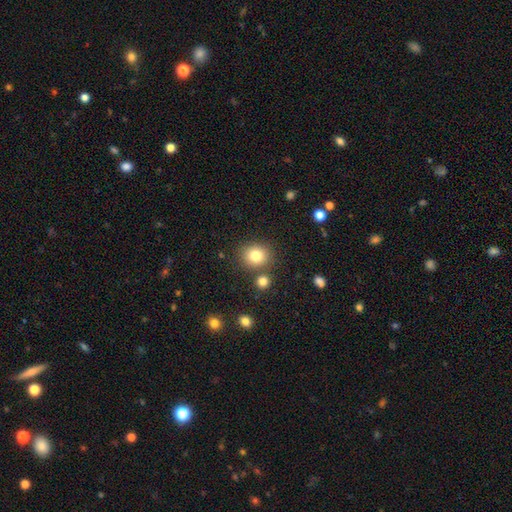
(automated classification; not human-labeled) A smooth galaxy with no disk features (80%) that is round (77%).

Vote fractions:
- Smooth or featured? smooth: 80% / star or artifact: 12% / featured or disk: 8%
- How rounded? round: 77% / in between: 22% / cigar-shaped: 1%
- Merging? none: 78% / merger: 9% / minor disturbance: 9% / major disturbance: 3%